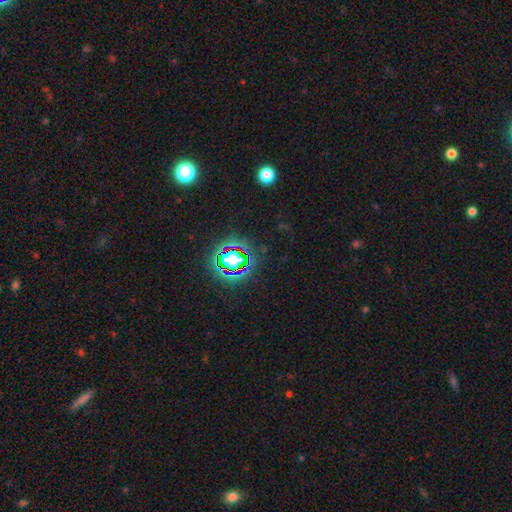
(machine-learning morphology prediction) Smooth or featured? Predicted: star or artifact (p=0.79).